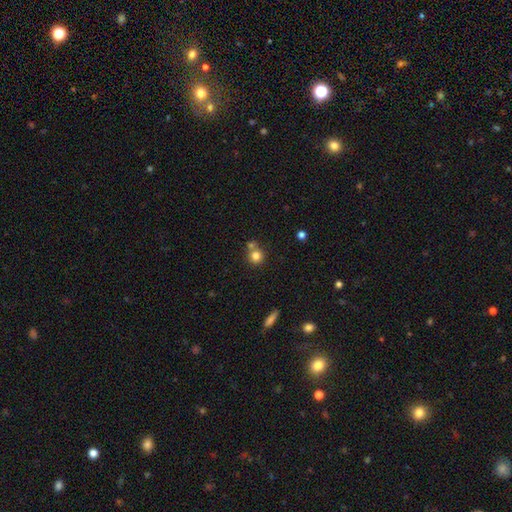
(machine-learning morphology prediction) Q: Smooth or featured?
A: smooth (80%); runner-up: star or artifact (11%)
Q: How rounded?
A: round (89%); runner-up: in between (10%)
Q: Merging?
A: none (56%); runner-up: merger (33%)